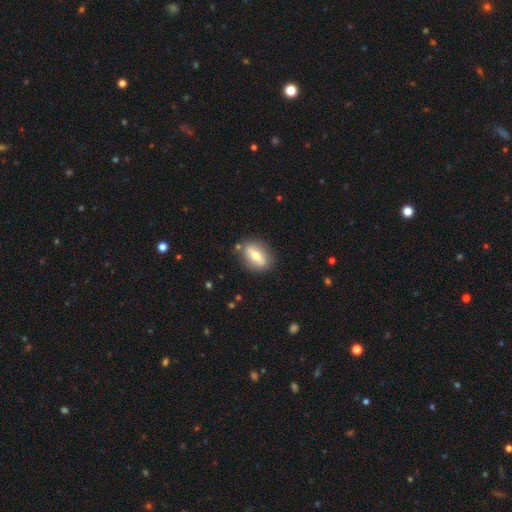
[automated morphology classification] smooth_or_featured: smooth (p=0.53) [alt: featured or disk p=0.40]
how_rounded: in between (p=0.75) [alt: round p=0.15]
merging: none (p=0.83) [alt: minor disturbance p=0.11]